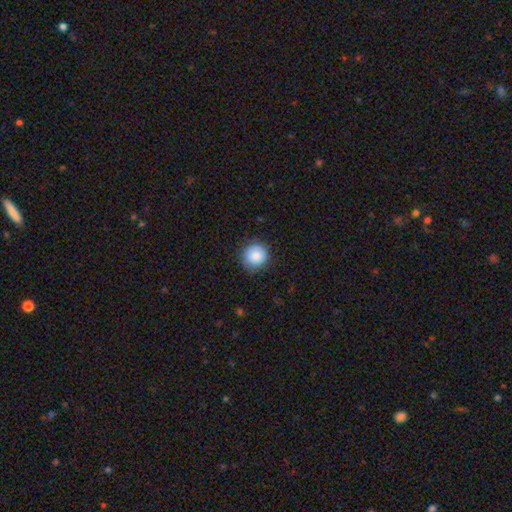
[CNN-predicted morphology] smooth_or_featured: smooth (p=0.85) [alt: star or artifact p=0.08]
how_rounded: round (p=0.93) [alt: in between p=0.06]
merging: none (p=0.85) [alt: minor disturbance p=0.11]